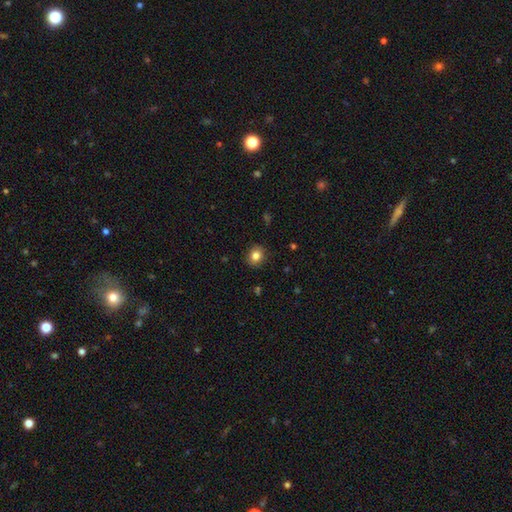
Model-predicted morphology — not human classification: A smooth galaxy with no disk features (83%) that is round (69%).

Vote fractions:
- Smooth or featured? smooth: 83% / star or artifact: 11% / featured or disk: 7%
- How rounded? round: 69% / in between: 30% / cigar-shaped: 1%
- Merging? none: 89% / minor disturbance: 8% / major disturbance: 2% / merger: 1%